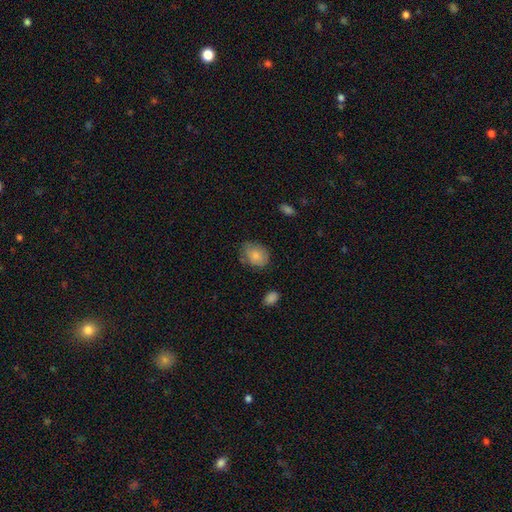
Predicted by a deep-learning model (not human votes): Smooth or featured?
  - smooth: 81% *
  - featured or disk: 12%
  - star or artifact: 7%
How rounded?
  - in between: 56% *
  - round: 43%
  - cigar-shaped: 1%
Merging?
  - none: 65% *
  - minor disturbance: 26%
  - major disturbance: 6%
  - merger: 2%